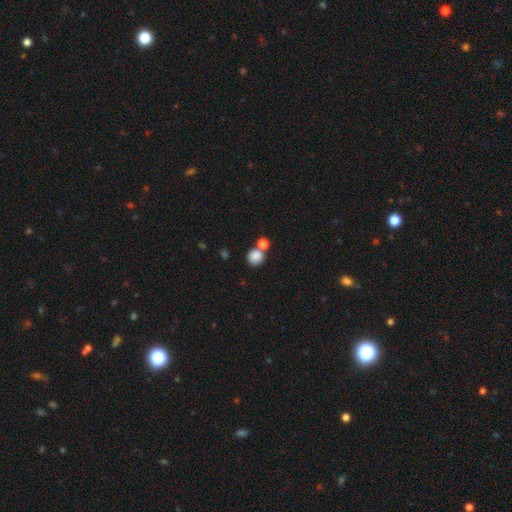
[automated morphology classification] Smooth or featured? smooth (84%)
How rounded? round (82%)
Merging? none (57%)